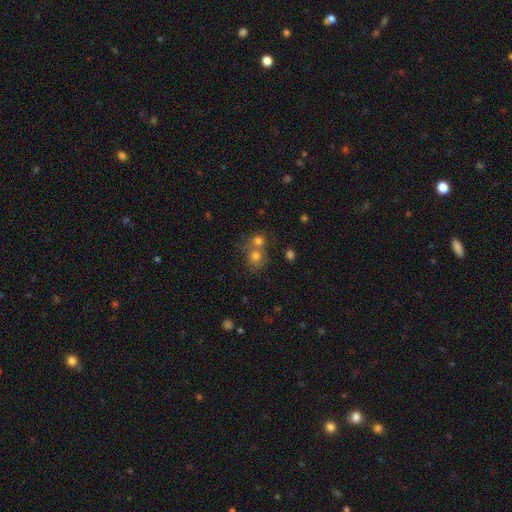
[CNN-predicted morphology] This is likely a smooth galaxy (67%). How rounded: likely round (78%). Merging: possibly merger (45%).